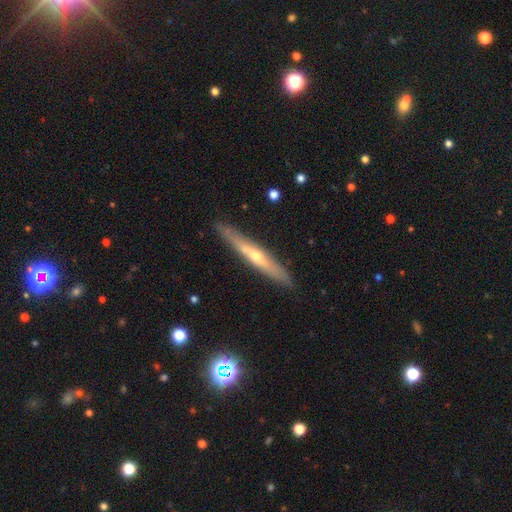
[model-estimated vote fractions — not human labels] Q: Smooth or featured?
A: featured or disk (65%); runner-up: smooth (30%)
Q: Edge-on disk?
A: yes (91%); runner-up: no (9%)
Q: Edge-on bulge?
A: rounded (76%); runner-up: none (21%)
Q: Merging?
A: none (87%); runner-up: minor disturbance (9%)